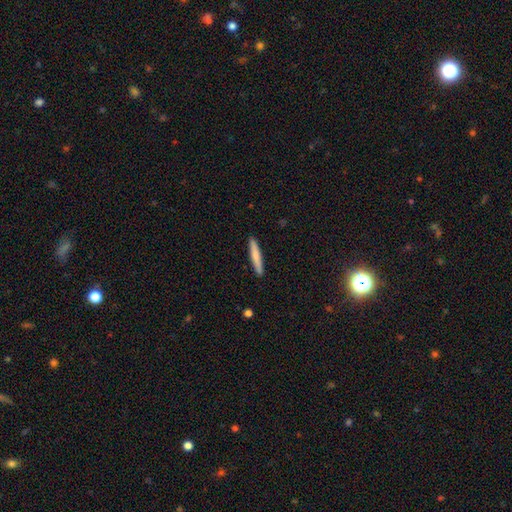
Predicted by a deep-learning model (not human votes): This appears to be a smooth galaxy with no disk features (73%) that is cigar-shaped (94%). Merging: none (91%).